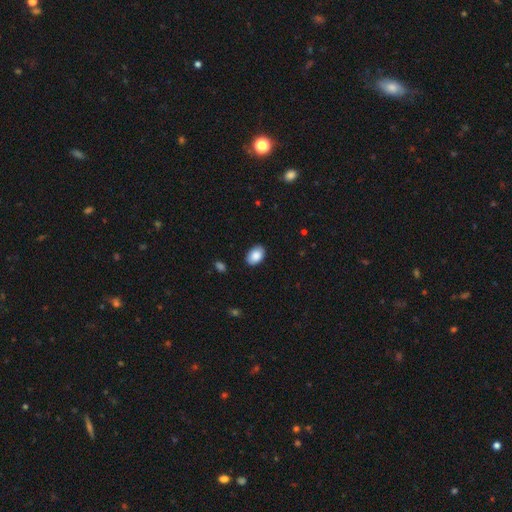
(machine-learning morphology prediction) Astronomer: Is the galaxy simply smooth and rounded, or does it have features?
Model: smooth — 88%.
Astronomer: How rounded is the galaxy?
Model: in between — 87%.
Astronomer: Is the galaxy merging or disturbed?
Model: none — 87%.